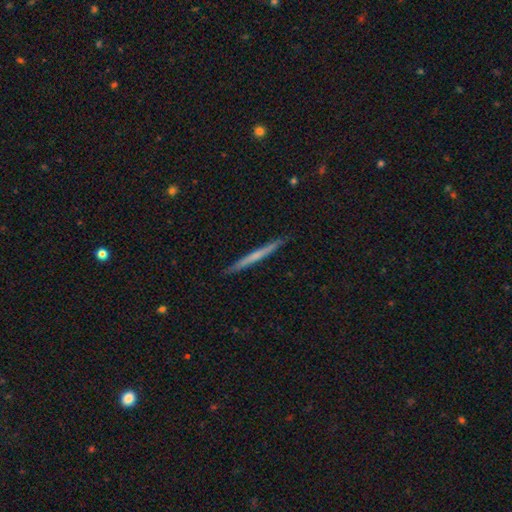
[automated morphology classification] Smooth or featured: featured or disk — 48% (smooth — 46%)
Merging: none — 92% (minor disturbance — 6%)